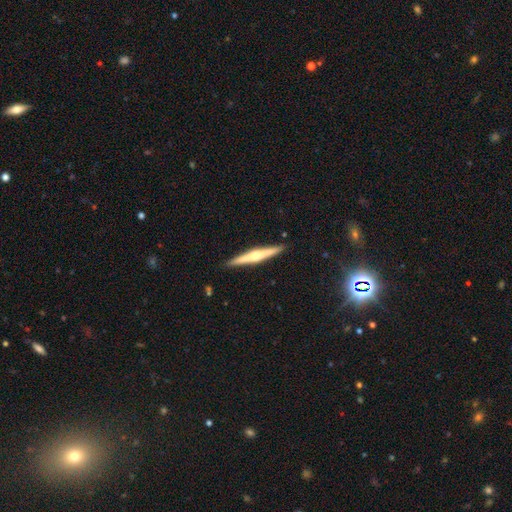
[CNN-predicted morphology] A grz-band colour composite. It shows a featured or disk galaxy (69%) viewed edge-on (98%) with a rounded central bulge (87%). Merging: none (91%).